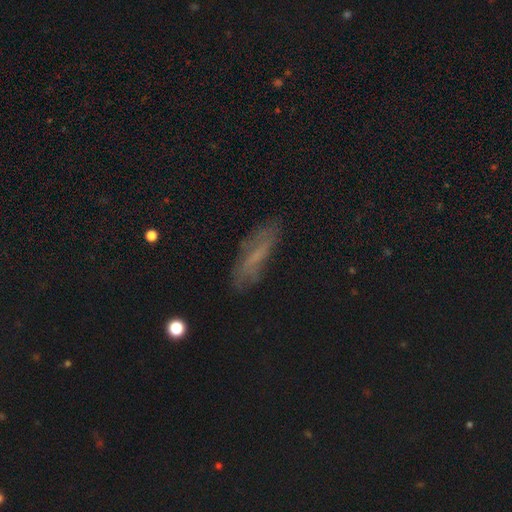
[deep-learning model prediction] The model was most divided on "smooth or featured": smooth: 47%, featured or disk: 40%, star or artifact: 13%. More confident: merging — none (74%).